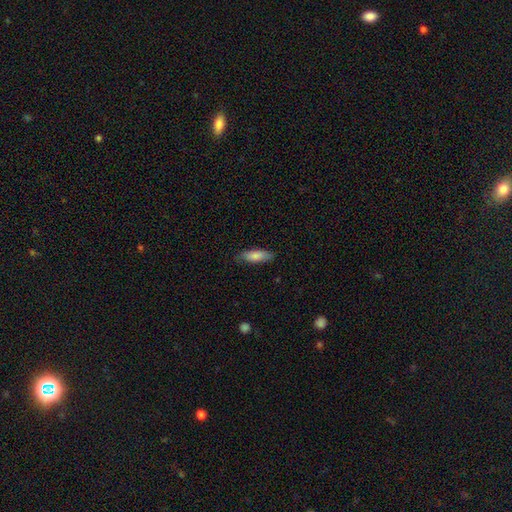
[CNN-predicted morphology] A smooth galaxy with no disk features (84%) that is in between round and cigar-shaped (57%).

Vote fractions:
- Smooth or featured? smooth: 84% / featured or disk: 10% / star or artifact: 6%
- How rounded? in between: 57% / cigar-shaped: 42% / round: 2%
- Merging? none: 80% / minor disturbance: 16% / major disturbance: 3% / merger: 1%